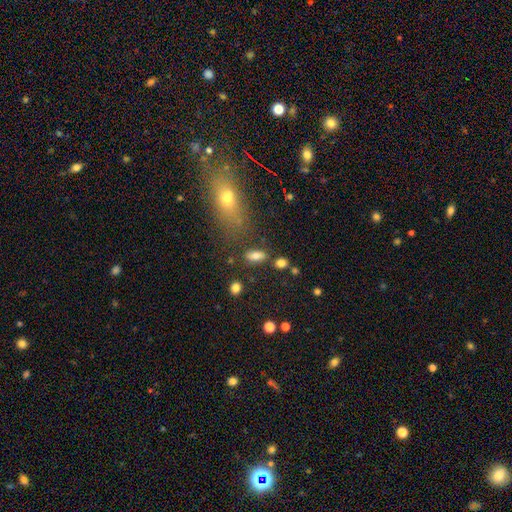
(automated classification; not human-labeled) Smooth or featured?
  - smooth: 75% *
  - featured or disk: 14%
  - star or artifact: 11%
How rounded?
  - in between: 79% *
  - cigar-shaped: 15%
  - round: 6%
Merging?
  - none: 75% *
  - minor disturbance: 12%
  - merger: 8%
  - major disturbance: 5%